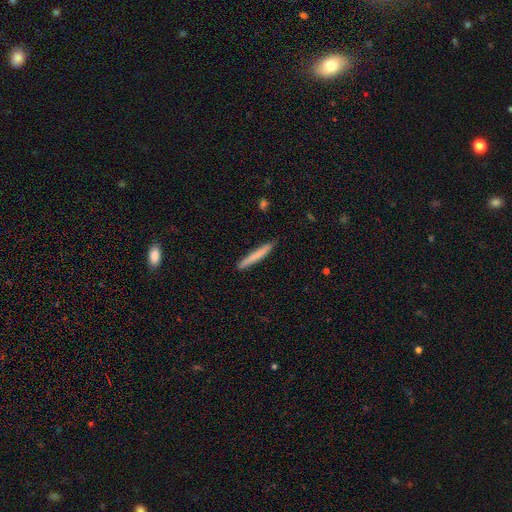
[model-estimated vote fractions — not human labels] Smooth or featured? Predicted: smooth (p=0.75). How rounded? Predicted: cigar-shaped (p=0.96). Merging? Predicted: none (p=0.90).